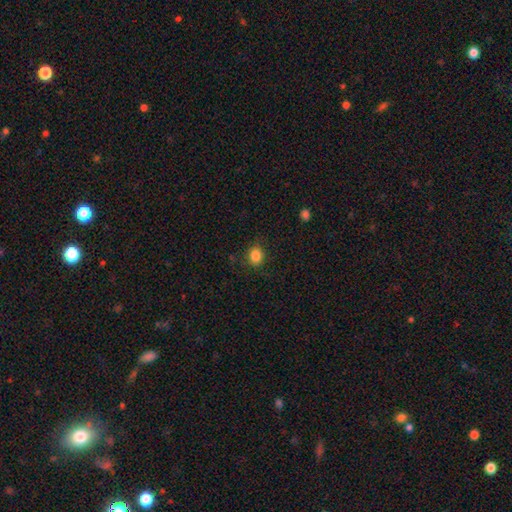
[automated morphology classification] A smooth galaxy with no disk features (85%) that is round (66%).

Vote fractions:
- Smooth or featured? smooth: 85% / star or artifact: 10% / featured or disk: 4%
- How rounded? round: 66% / in between: 33% / cigar-shaped: 1%
- Merging? none: 85% / minor disturbance: 11% / major disturbance: 3% / merger: 1%